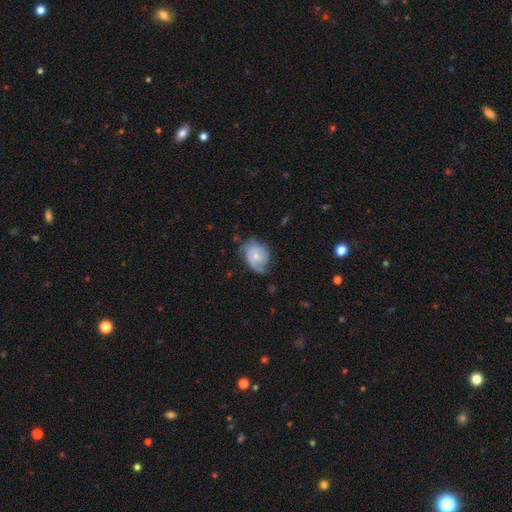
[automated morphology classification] Smooth or featured?
  - featured or disk: 55% *
  - smooth: 38%
  - star or artifact: 7%
Edge-on disk?
  - no: 97% *
  - yes: 3%
Bar?
  - no: 75% *
  - weak: 22%
  - strong: 3%
Spiral arms?
  - yes: 83% *
  - no: 17%
Bulge size?
  - small: 60% *
  - moderate: 34%
  - none: 3%
  - large: 2%
  - dominant: 1%
Merging?
  - none: 51% *
  - minor disturbance: 34%
  - major disturbance: 13%
  - merger: 2%